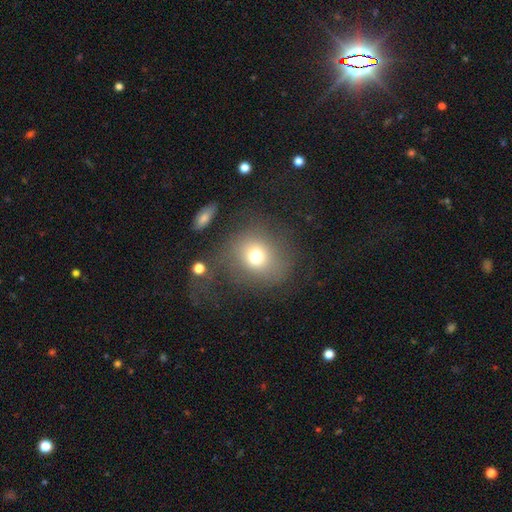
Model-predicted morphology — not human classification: smooth_or_featured: smooth (p=0.70) [alt: featured or disk p=0.15]
how_rounded: round (p=0.77) [alt: in between p=0.22]
merging: none (p=0.63) [alt: minor disturbance p=0.16]